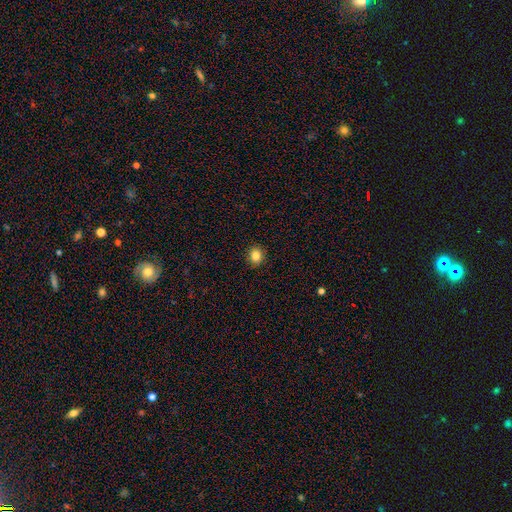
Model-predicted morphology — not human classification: type=smooth (85%); roundness=round (68%); merging=none (90%).